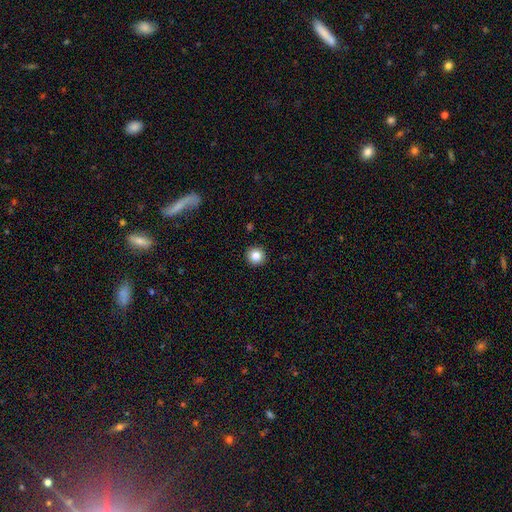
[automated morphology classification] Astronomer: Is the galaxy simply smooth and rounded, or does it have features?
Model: smooth — 84%.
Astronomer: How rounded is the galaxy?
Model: round — 94%.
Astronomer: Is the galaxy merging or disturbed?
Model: none — 93%.